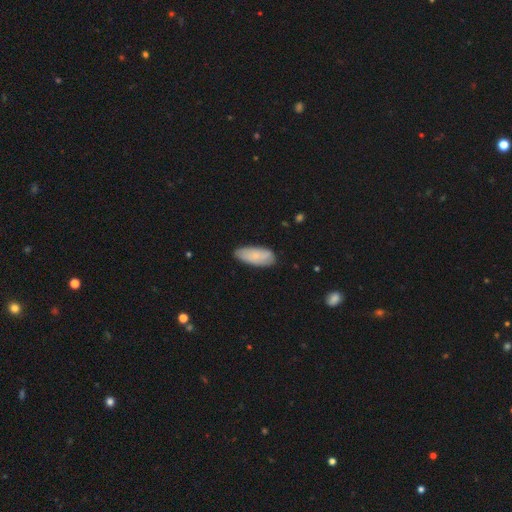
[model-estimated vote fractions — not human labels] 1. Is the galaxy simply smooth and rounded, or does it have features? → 76% smooth, 18% featured or disk, 6% star or artifact.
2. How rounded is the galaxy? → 84% in between, 14% cigar-shaped, 2% round.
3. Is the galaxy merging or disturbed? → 73% none, 22% minor disturbance, 3% major disturbance, 2% merger.